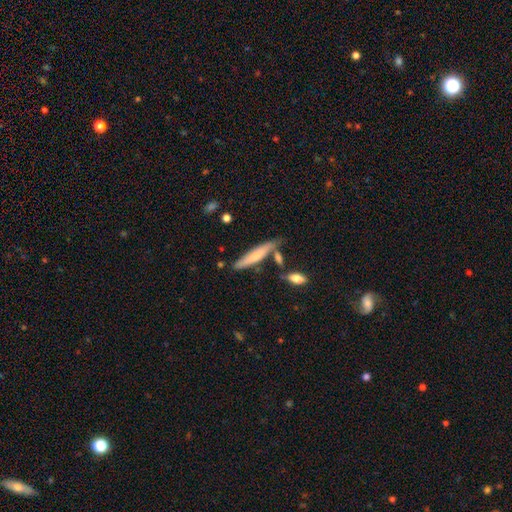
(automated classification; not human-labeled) A smooth galaxy with no disk features (63%) that is cigar-shaped (84%). Merging: none (68%).